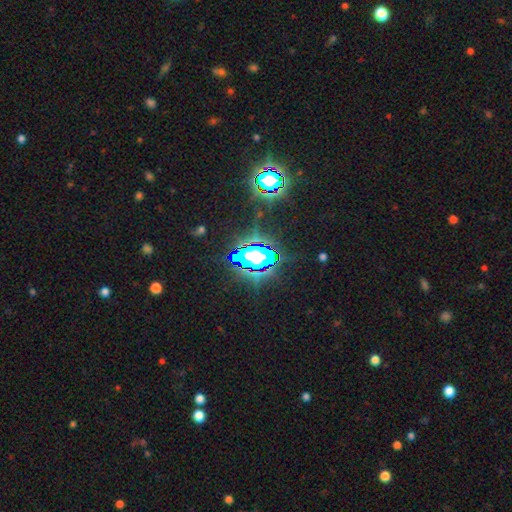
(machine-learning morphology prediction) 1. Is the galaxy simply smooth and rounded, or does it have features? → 69% star or artifact, 19% smooth, 12% featured or disk.